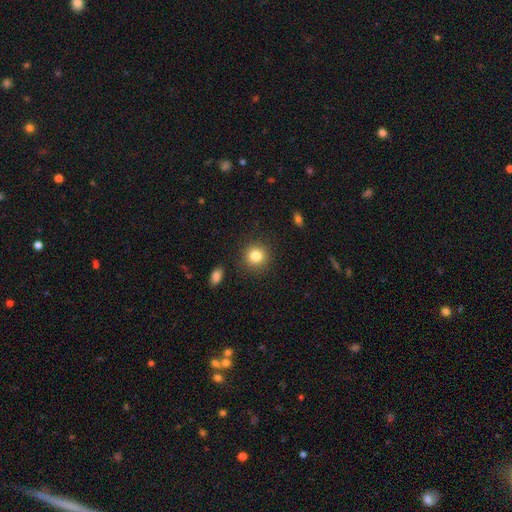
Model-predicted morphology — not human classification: This is clearly a smooth galaxy (83%). How rounded: clearly round (92%). Merging: clearly none (89%).